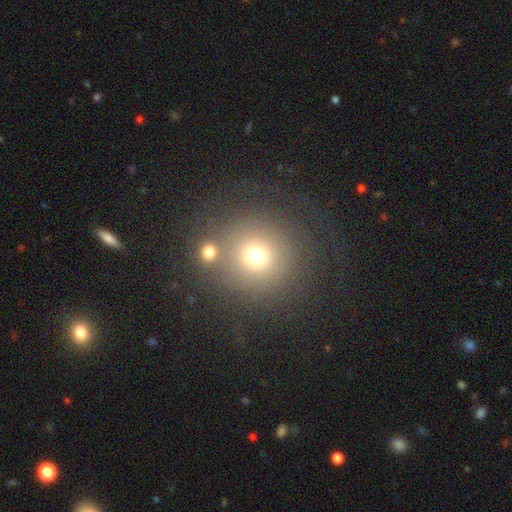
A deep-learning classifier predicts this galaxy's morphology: This is likely a smooth galaxy (70%). How rounded: clearly round (94%). Merging: likely none (71%).